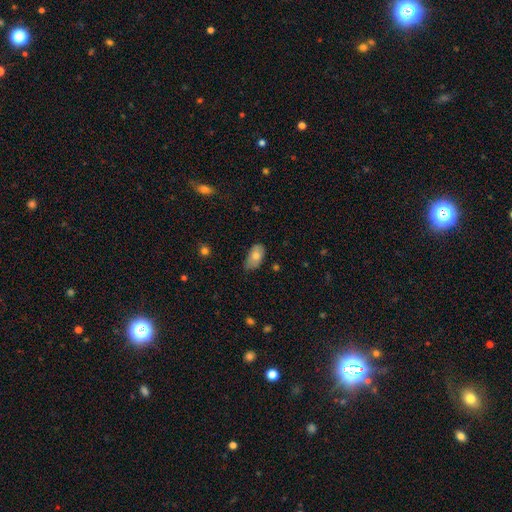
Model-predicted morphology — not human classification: smooth 73%, featured or disk 20%, star or artifact 7%. Down the decision tree: how rounded — in between (92%); merging — none (60%).